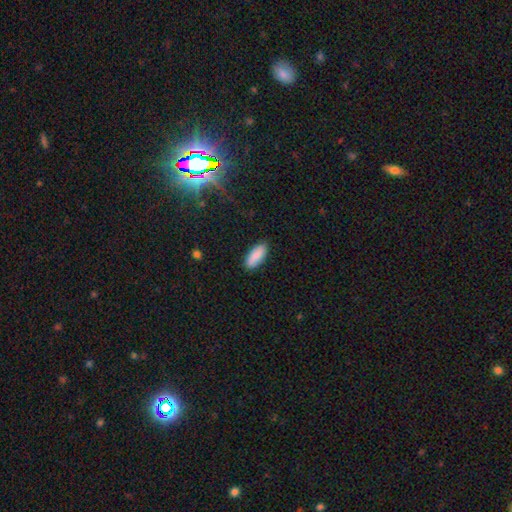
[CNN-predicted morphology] Smooth or featured: smooth — 85% (featured or disk — 9%)
How rounded: in between — 82% (cigar-shaped — 16%)
Merging: none — 87% (minor disturbance — 10%)